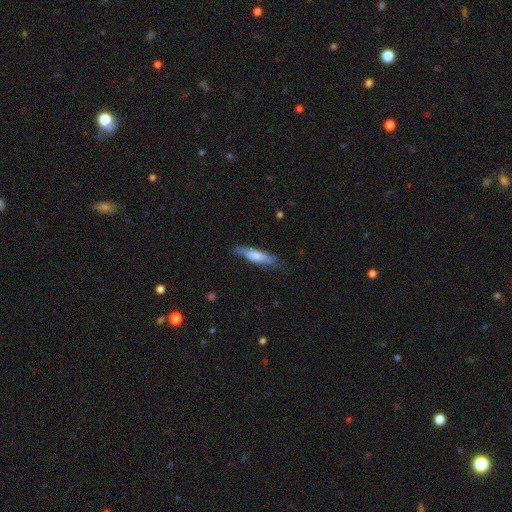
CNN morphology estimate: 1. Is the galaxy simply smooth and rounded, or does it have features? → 65% smooth, 29% featured or disk, 5% star or artifact.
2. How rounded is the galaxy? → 75% cigar-shaped, 23% in between, 2% round.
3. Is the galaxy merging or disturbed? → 75% none, 20% minor disturbance, 4% major disturbance, 1% merger.